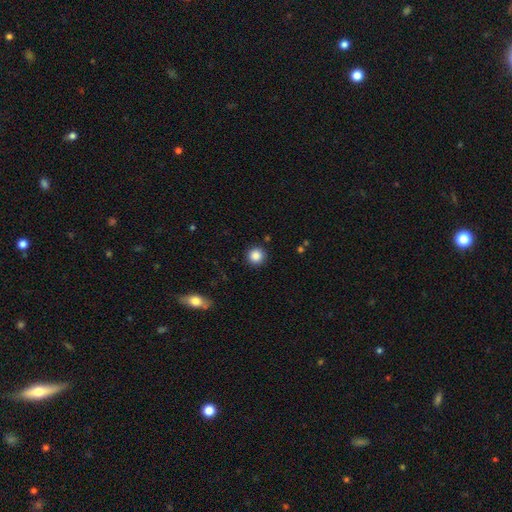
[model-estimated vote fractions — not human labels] Smooth or featured? Predicted: smooth (p=0.86). How rounded? Predicted: round (p=0.95). Merging? Predicted: none (p=0.91).